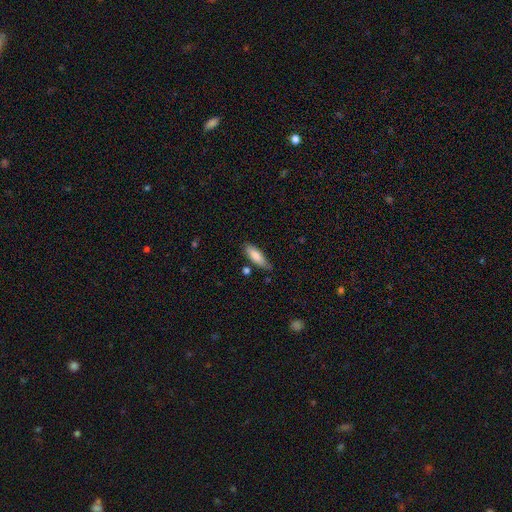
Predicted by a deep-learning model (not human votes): This appears to be a smooth galaxy with no disk features (81%) that is in between round and cigar-shaped (55%). Merging: none (73%).